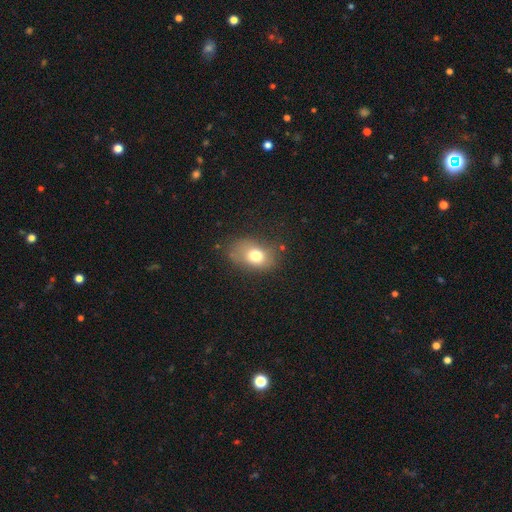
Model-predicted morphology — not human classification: smooth_or_featured: smooth (p=0.73) [alt: featured or disk p=0.16]
how_rounded: in between (p=0.74) [alt: round p=0.24]
merging: none (p=0.63) [alt: minor disturbance p=0.24]